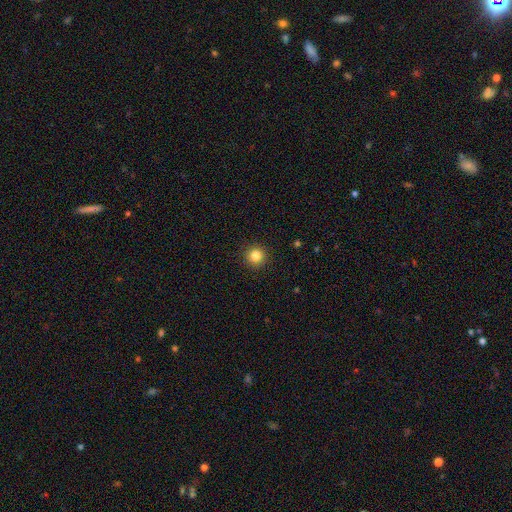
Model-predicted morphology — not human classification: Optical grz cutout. It shows a smooth galaxy with no disk features (84%) that is round (95%). Merging: none (92%).